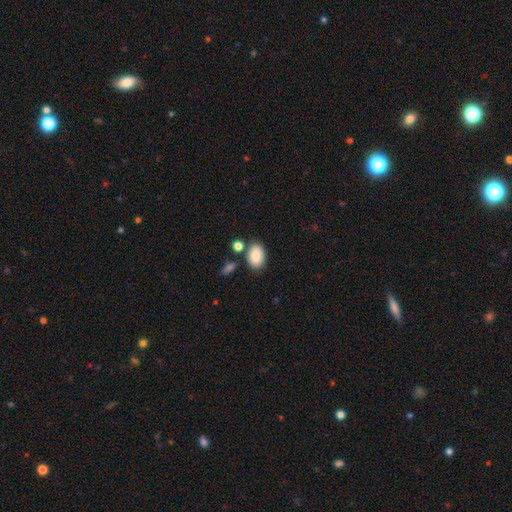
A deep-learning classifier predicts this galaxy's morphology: smooth_or_featured: smooth (p=0.84) [alt: featured or disk p=0.08]
how_rounded: in between (p=0.86) [alt: round p=0.13]
merging: none (p=0.74) [alt: minor disturbance p=0.12]